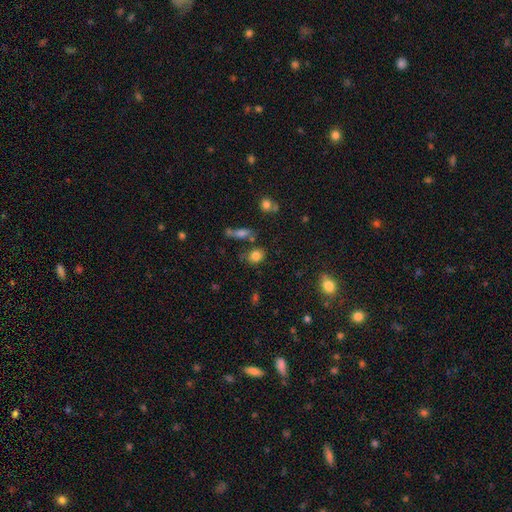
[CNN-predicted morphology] type=smooth (81%); roundness=round (50%); merging=none (70%).